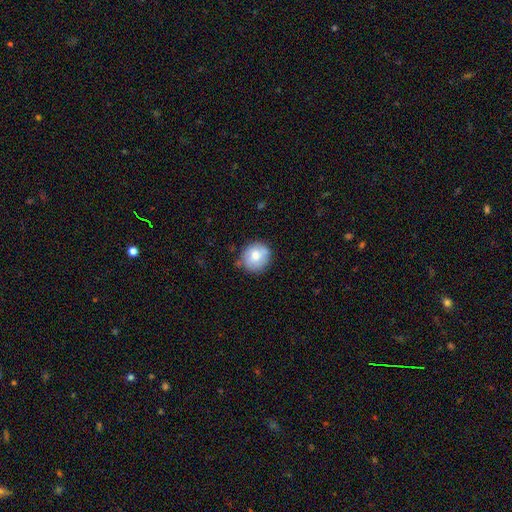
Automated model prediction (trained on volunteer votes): A smooth galaxy with no disk features (75%) that is round (86%). Merging: none (76%).